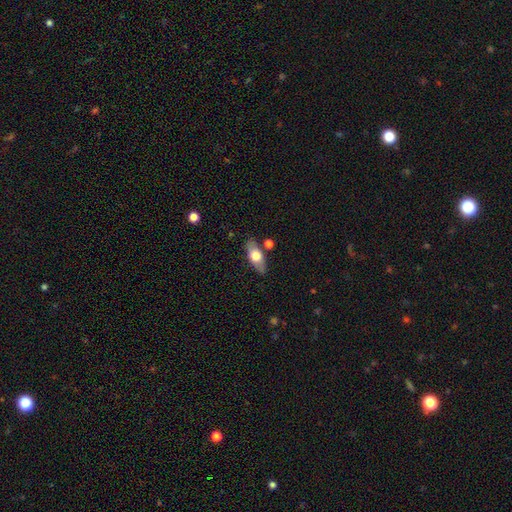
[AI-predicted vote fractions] Q: Smooth or featured?
A: smooth (62%); runner-up: featured or disk (32%)
Q: How rounded?
A: in between (81%); runner-up: cigar-shaped (14%)
Q: Merging?
A: none (80%); runner-up: minor disturbance (13%)